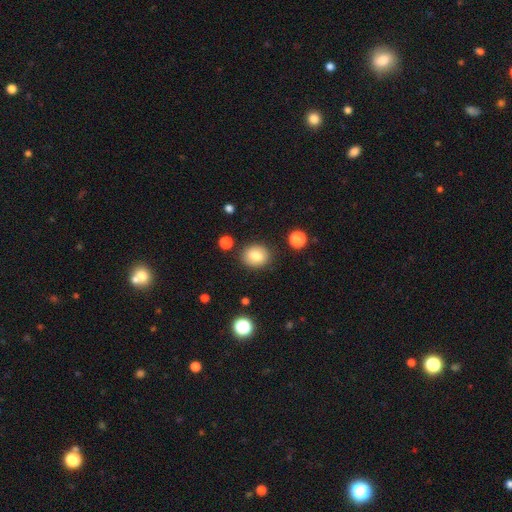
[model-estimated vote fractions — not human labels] Smooth or featured? smooth (79%)
How rounded? round (60%)
Merging? none (86%)